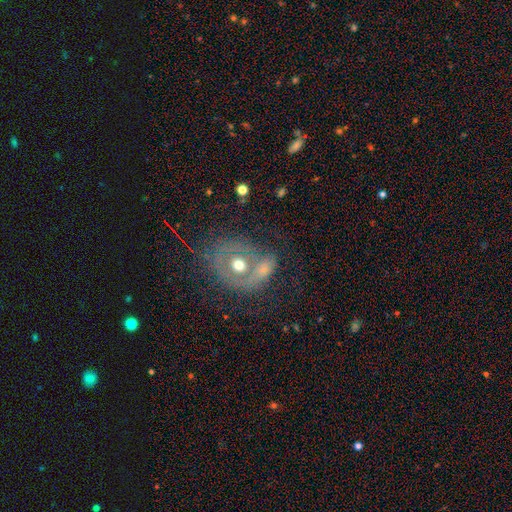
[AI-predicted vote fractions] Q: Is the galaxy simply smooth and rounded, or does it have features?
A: featured or disk — 57%.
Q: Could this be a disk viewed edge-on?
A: no — 95%.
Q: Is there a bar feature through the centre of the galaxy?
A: no — 77%.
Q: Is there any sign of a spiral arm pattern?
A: no — 66%.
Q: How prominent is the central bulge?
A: moderate — 72%.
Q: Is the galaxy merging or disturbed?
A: merger — 40%.